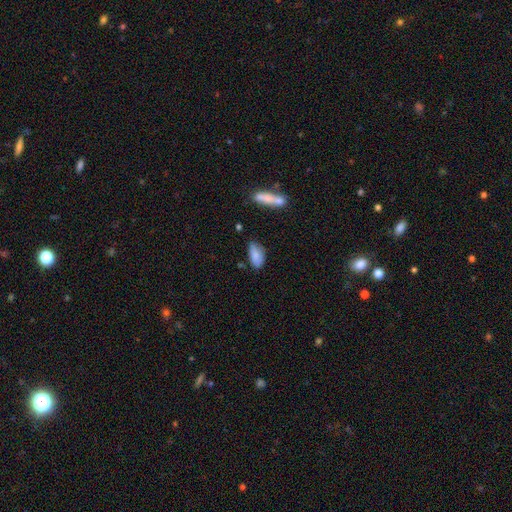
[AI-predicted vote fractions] This is clearly a smooth galaxy (81%). How rounded: clearly in between (90%). Merging: likely none (61%).